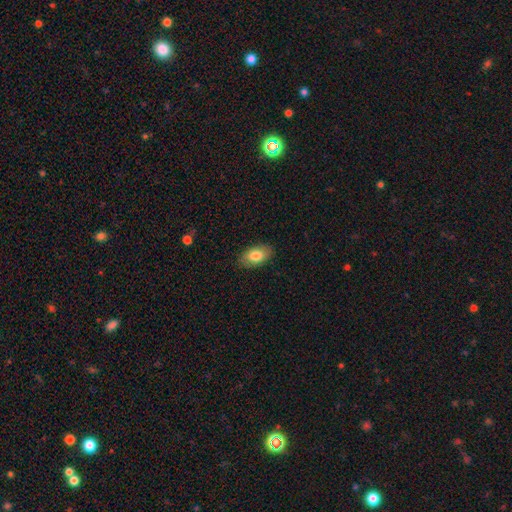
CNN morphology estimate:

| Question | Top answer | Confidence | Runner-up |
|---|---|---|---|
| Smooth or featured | smooth | 82% | featured or disk (12%) |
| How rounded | in between | 93% | round (5%) |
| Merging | none | 87% | minor disturbance (10%) |